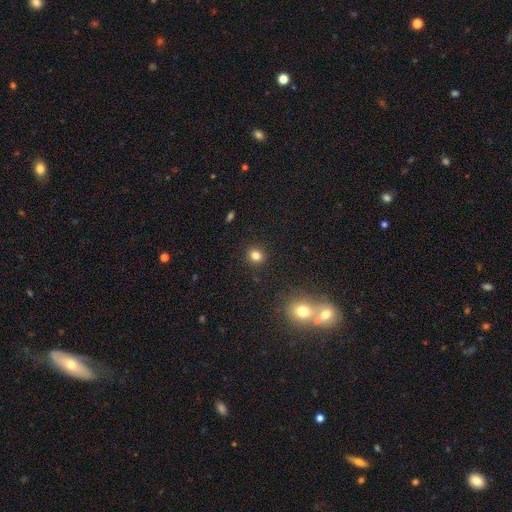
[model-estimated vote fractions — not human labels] Smooth or featured: smooth — 81% (star or artifact — 13%)
How rounded: round — 84% (in between — 15%)
Merging: none — 91% (minor disturbance — 6%)